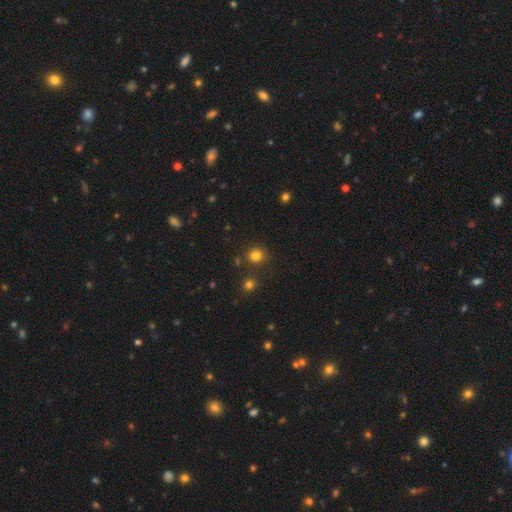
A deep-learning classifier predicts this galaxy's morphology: Smooth or featured?
  - smooth: 80% *
  - star or artifact: 16%
  - featured or disk: 5%
How rounded?
  - round: 90% *
  - in between: 9%
  - cigar-shaped: 1%
Merging?
  - none: 84% *
  - minor disturbance: 7%
  - merger: 6%
  - major disturbance: 3%